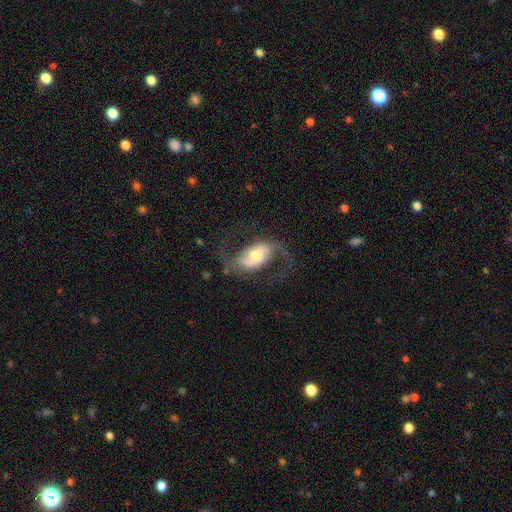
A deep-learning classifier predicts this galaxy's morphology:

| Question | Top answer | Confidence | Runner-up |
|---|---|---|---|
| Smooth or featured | featured or disk | 81% | smooth (14%) |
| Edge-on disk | no | 96% | yes (4%) |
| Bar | weak | 37% | no (36%) |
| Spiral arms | yes | 92% | no (8%) |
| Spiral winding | loose | 65% | medium (29%) |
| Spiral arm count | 2 | 92% | 1 (3%) |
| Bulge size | moderate | 66% | small (17%) |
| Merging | none | 67% | major disturbance (17%) |